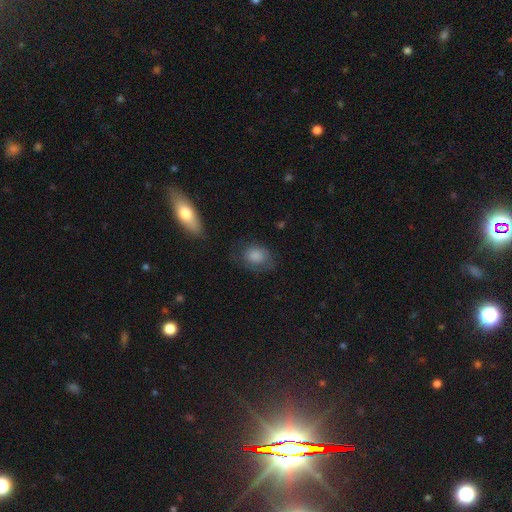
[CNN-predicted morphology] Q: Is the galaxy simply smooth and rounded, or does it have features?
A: smooth — 83%.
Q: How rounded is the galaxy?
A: in between — 53%.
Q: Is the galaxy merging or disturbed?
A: none — 65%.